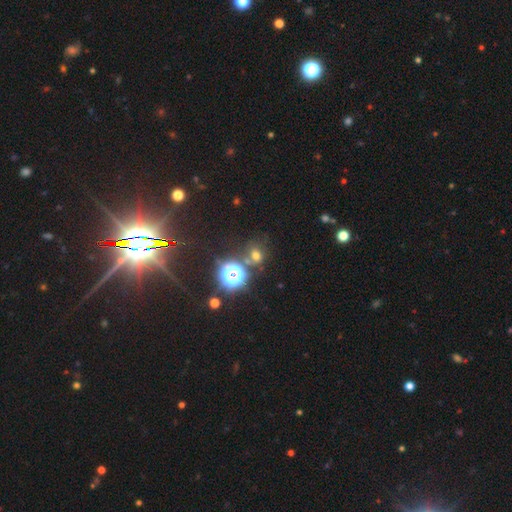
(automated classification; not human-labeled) The model was most divided on "smooth or featured": smooth: 60%, star or artifact: 32%, featured or disk: 9%. More confident: merging — none (71%); how rounded — round (71%).